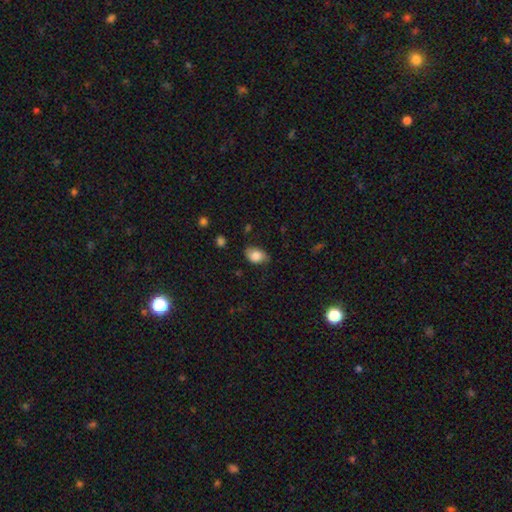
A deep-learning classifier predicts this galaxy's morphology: A smooth galaxy with no disk features (81%) that is in between round and cigar-shaped (85%). Merging: none (66%).